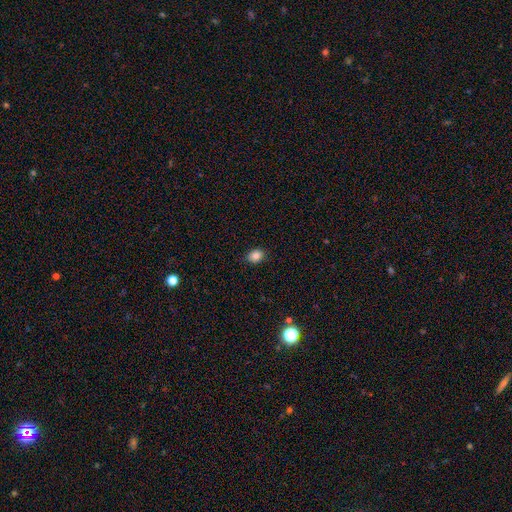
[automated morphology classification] smooth-or-featured: smooth: 85% | star or artifact: 10% | featured or disk: 5%
  how-rounded: in between: 59% | round: 40% | cigar-shaped: 1%
  merging: none: 88% | minor disturbance: 9% | major disturbance: 2% | merger: 1%